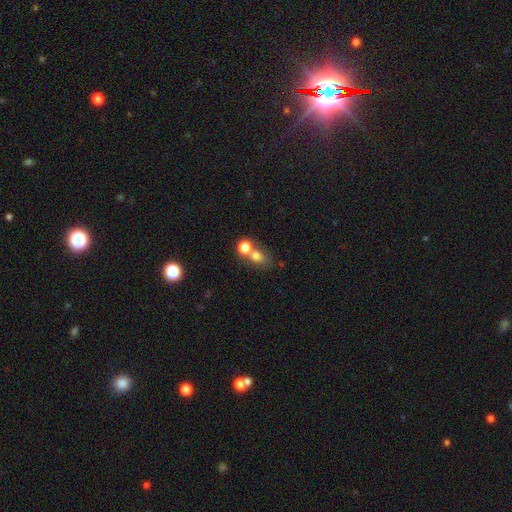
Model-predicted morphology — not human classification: This appears to be a smooth galaxy with no disk features (73%) that is round (58%). Merging: merger (52%).